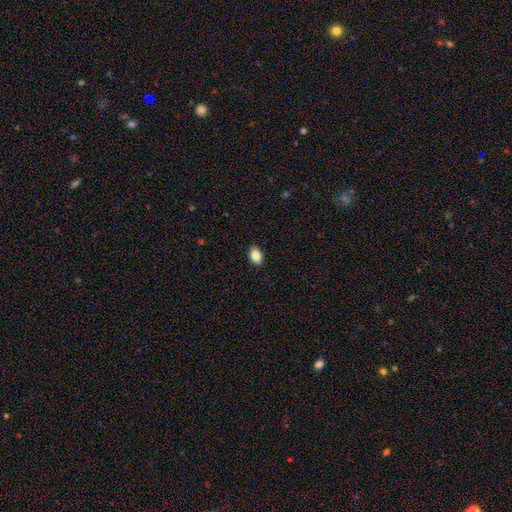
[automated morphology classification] The model was most divided on "smooth or featured": smooth: 86%, star or artifact: 8%, featured or disk: 7%. More confident: merging — none (91%); how rounded — in between (89%).